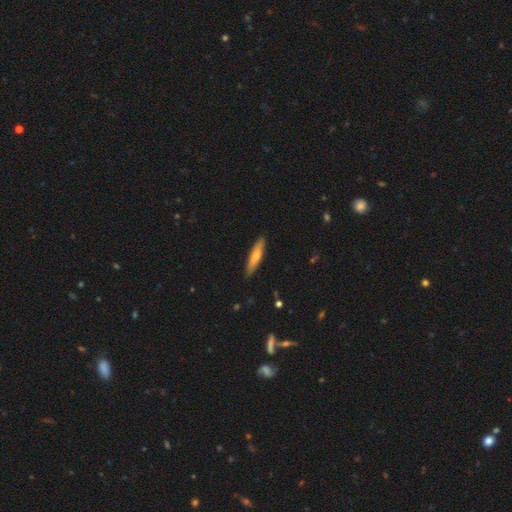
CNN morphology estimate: This appears to be a smooth galaxy with no disk features (62%) that is cigar-shaped (85%). Merging: none (89%).